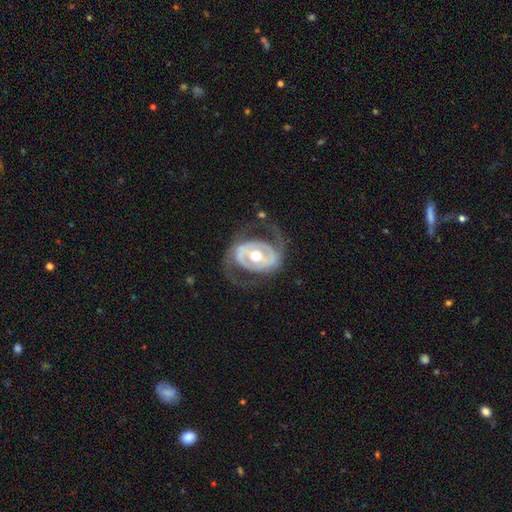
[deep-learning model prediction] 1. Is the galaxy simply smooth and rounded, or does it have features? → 87% featured or disk, 9% smooth, 4% star or artifact.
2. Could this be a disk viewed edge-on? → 96% no, 4% yes.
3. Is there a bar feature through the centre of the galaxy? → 36% no, 33% strong, 31% weak.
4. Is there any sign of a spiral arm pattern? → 82% yes, 18% no.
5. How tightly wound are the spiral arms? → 44% medium, 32% loose, 24% tight.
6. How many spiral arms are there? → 88% 2, 5% can't tell, 3% 1, 2% 3, 1% 4, 1% more than 4.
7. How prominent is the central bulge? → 76% moderate, 11% large, 11% small, 1% dominant, 1% none.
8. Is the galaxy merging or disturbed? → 68% none, 17% major disturbance, 14% minor disturbance, 1% merger.